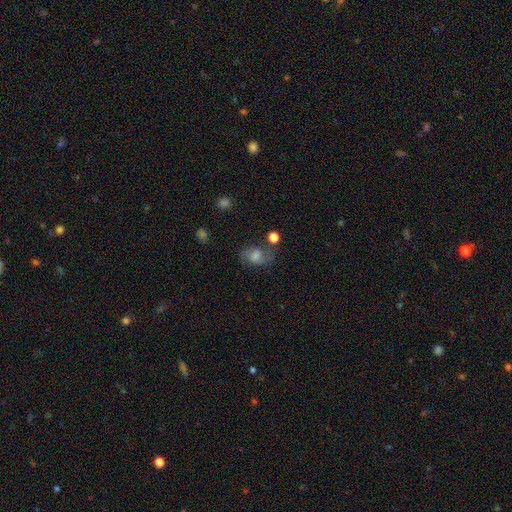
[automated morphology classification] smooth-or-featured: smooth: 60% | featured or disk: 27% | star or artifact: 12%
  how-rounded: in between: 68% | round: 30% | cigar-shaped: 2%
  merging: none: 55% | minor disturbance: 23% | major disturbance: 15% | merger: 7%